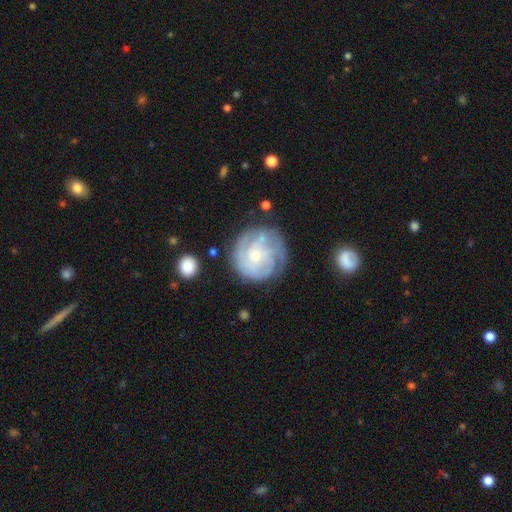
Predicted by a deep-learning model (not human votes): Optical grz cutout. It shows a featured or disk galaxy (70%) with no bar (76%), tight (65%) spiral arms (85%) and a small central bulge (55%). Merging: none (71%).